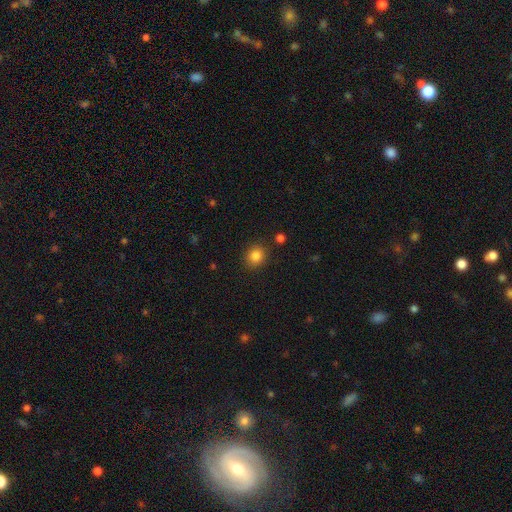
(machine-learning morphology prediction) Smooth or featured: smooth — 84% (star or artifact — 11%)
How rounded: round — 80% (in between — 19%)
Merging: none — 88% (minor disturbance — 7%)